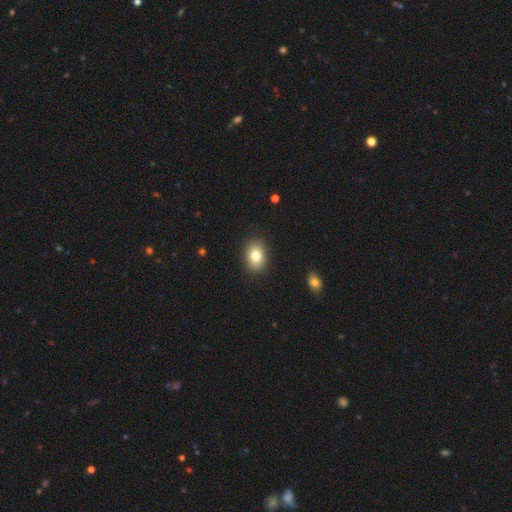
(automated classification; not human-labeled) smooth_or_featured: smooth (p=0.81) [alt: featured or disk p=0.10]
how_rounded: in between (p=0.73) [alt: round p=0.26]
merging: none (p=0.89) [alt: minor disturbance p=0.08]